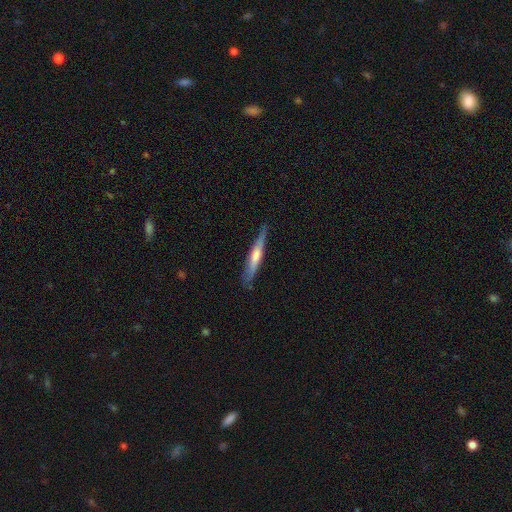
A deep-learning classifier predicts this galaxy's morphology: This appears to be a featured or disk galaxy (58%) viewed edge-on (95%) with a rounded central bulge (60%). Merging: none (84%).